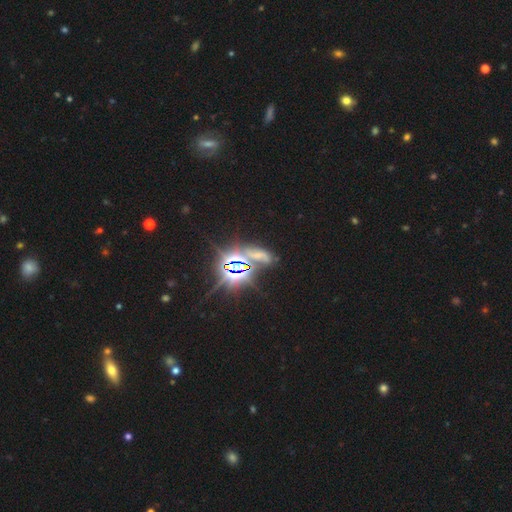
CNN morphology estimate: Overall: star or artifact (65%).